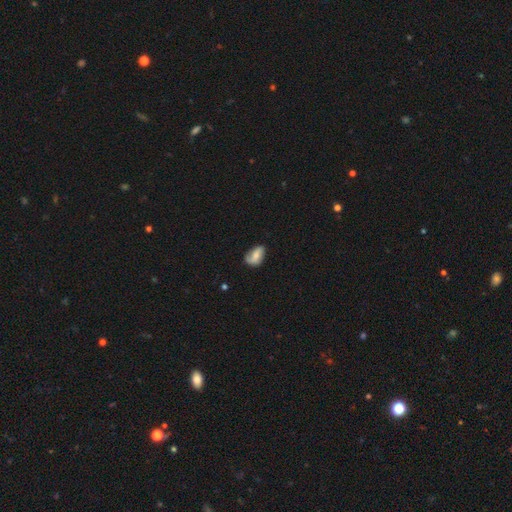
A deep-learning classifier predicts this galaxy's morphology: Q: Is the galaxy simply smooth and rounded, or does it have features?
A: smooth — 59%.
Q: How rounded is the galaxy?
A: in between — 88%.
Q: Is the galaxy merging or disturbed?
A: none — 51%.